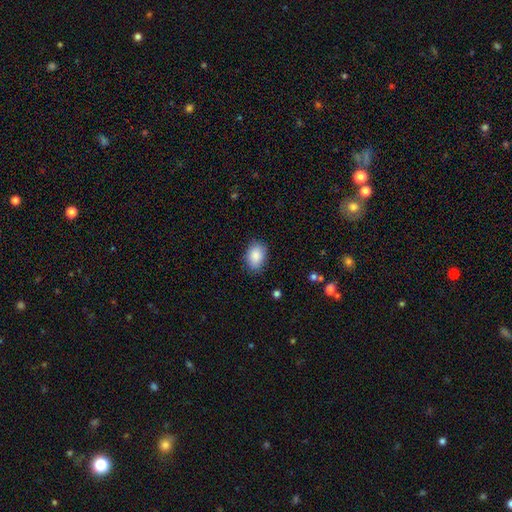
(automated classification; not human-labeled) Morphology: type=smooth (88%); roundness=in between (78%); merging=none (82%).